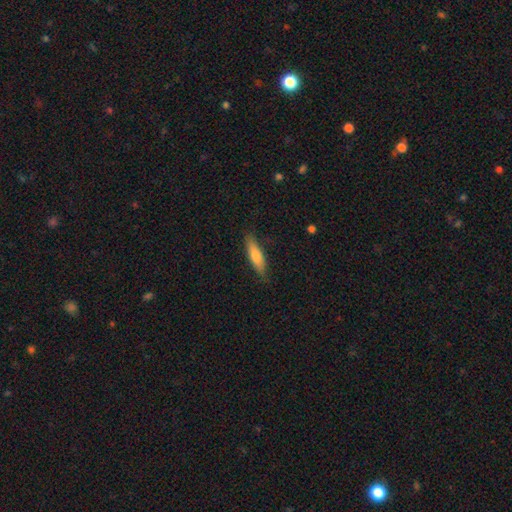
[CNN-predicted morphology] Smooth or featured? Predicted: smooth (p=0.71). How rounded? Predicted: cigar-shaped (p=0.69). Merging? Predicted: none (p=0.83).